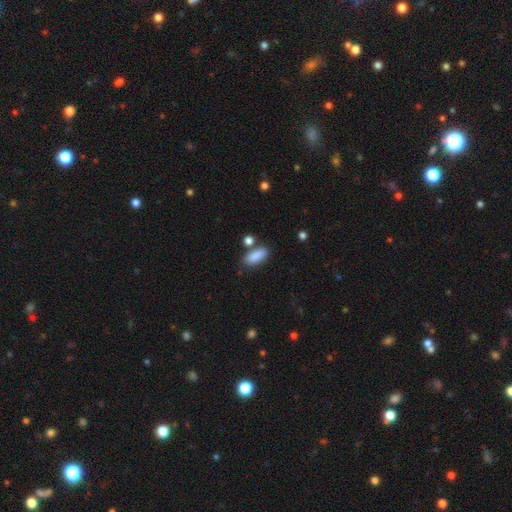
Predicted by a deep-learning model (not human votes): Smooth or featured: smooth — 88% (star or artifact — 7%)
How rounded: in between — 82% (cigar-shaped — 14%)
Merging: none — 72% (minor disturbance — 13%)